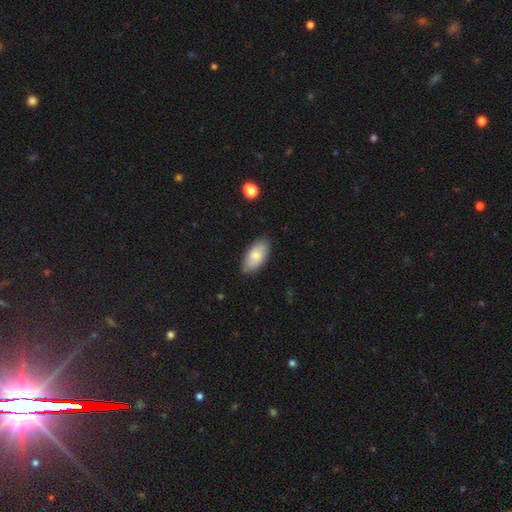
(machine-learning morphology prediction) This is likely a smooth galaxy (76%). How rounded: clearly in between (94%). Merging: clearly none (83%).